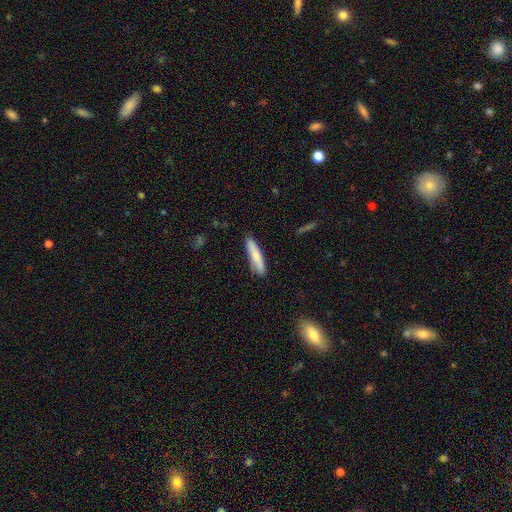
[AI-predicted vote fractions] Overall: smooth (79%). How rounded: cigar-shaped (84%). Merging: none (84%).